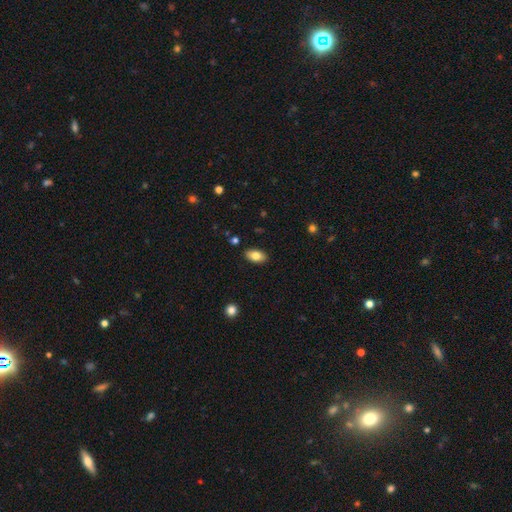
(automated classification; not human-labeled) smooth-or-featured: smooth: 82% | featured or disk: 11% | star or artifact: 7%
  how-rounded: in between: 92% | round: 4% | cigar-shaped: 3%
  merging: none: 88% | minor disturbance: 9% | major disturbance: 2% | merger: 1%